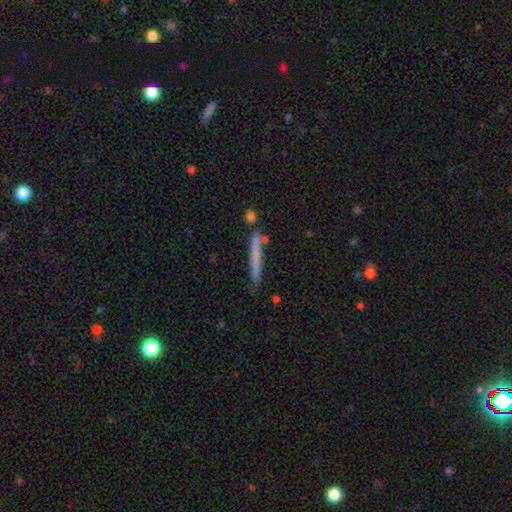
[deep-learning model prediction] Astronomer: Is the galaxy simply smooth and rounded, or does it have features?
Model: smooth — 59%.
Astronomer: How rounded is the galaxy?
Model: cigar-shaped — 96%.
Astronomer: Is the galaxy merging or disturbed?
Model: none — 79%.